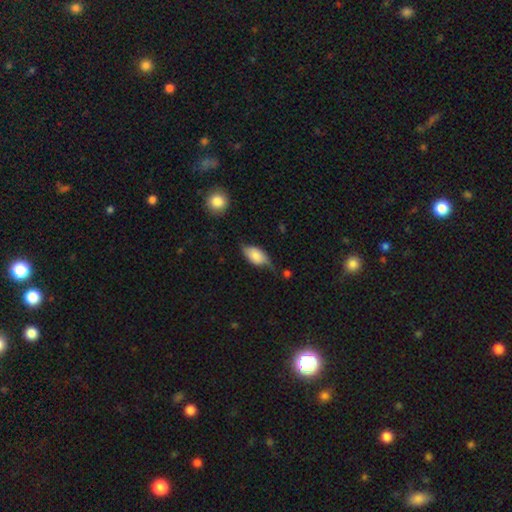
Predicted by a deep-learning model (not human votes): Smooth or featured? Predicted: smooth (p=0.68). How rounded? Predicted: in between (p=0.90). Merging? Predicted: minor disturbance (p=0.41).